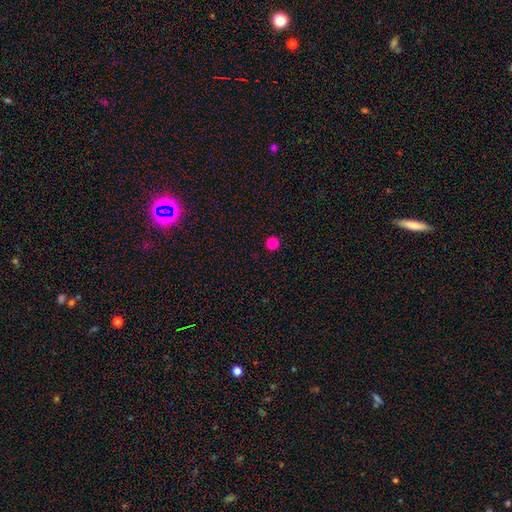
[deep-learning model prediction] This is clearly a smooth galaxy (81%). How rounded: clearly round (96%). Merging: clearly none (94%).